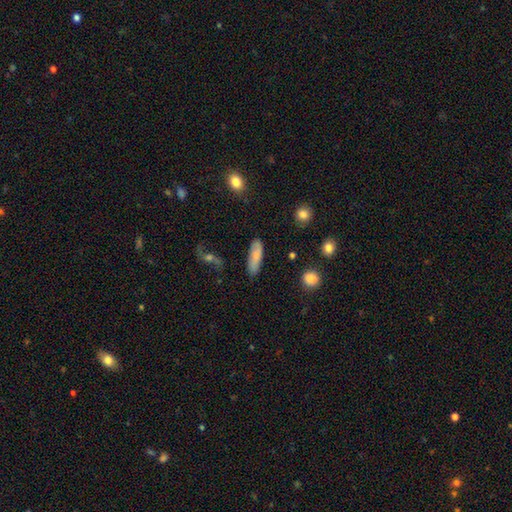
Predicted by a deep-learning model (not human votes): smooth_or_featured: smooth (p=0.77) [alt: featured or disk p=0.16]
how_rounded: cigar-shaped (p=0.52) [alt: in between p=0.45]
merging: none (p=0.81) [alt: minor disturbance p=0.13]